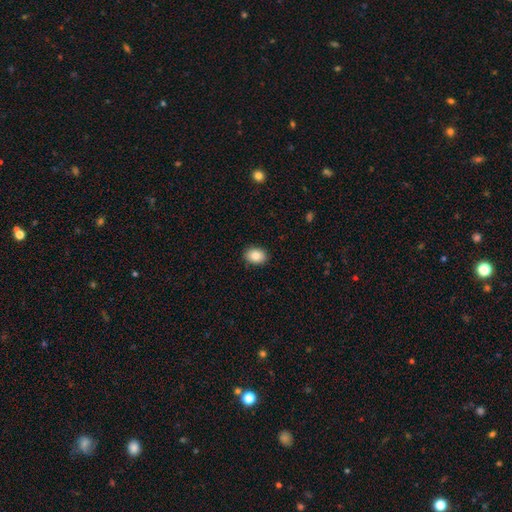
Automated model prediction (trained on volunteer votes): This is clearly a smooth galaxy (84%). How rounded: likely in between (67%). Merging: clearly none (89%).